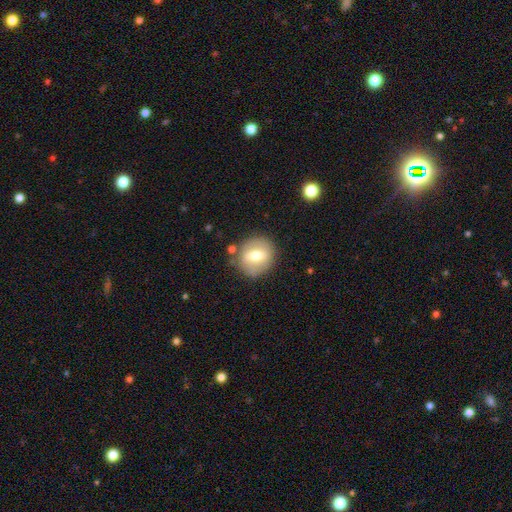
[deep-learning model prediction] smooth_or_featured: smooth (p=0.58) [alt: featured or disk p=0.35]
how_rounded: round (p=0.79) [alt: in between p=0.20]
merging: none (p=0.81) [alt: minor disturbance p=0.12]